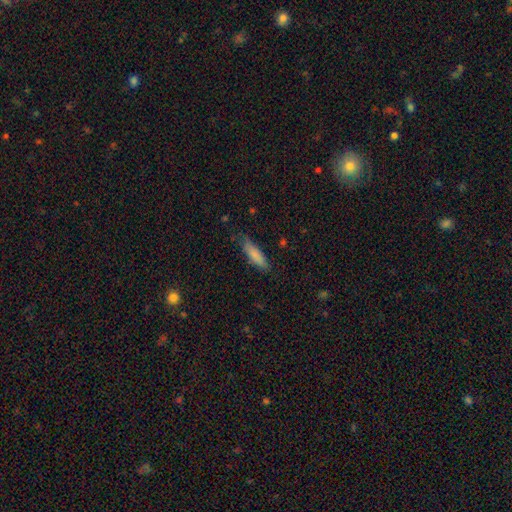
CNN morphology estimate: smooth-or-featured: smooth: 82% | featured or disk: 12% | star or artifact: 6%
  how-rounded: cigar-shaped: 67% | in between: 31% | round: 2%
  merging: none: 75% | minor disturbance: 20% | major disturbance: 4% | merger: 1%